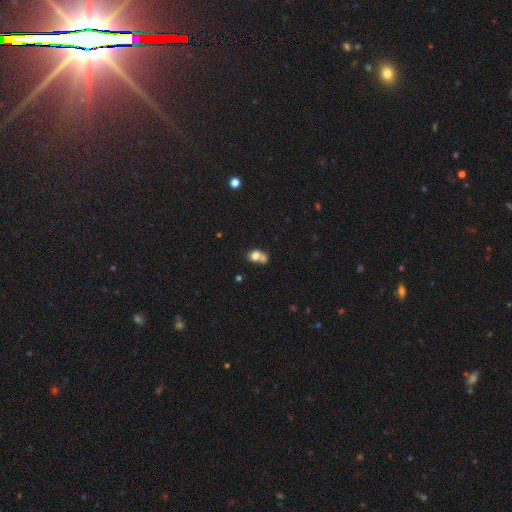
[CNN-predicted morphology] Smooth or featured?
  - smooth: 74% *
  - featured or disk: 15%
  - star or artifact: 11%
How rounded?
  - round: 56% *
  - in between: 43%
  - cigar-shaped: 1%
Merging?
  - merger: 59% *
  - none: 28%
  - minor disturbance: 8%
  - major disturbance: 5%